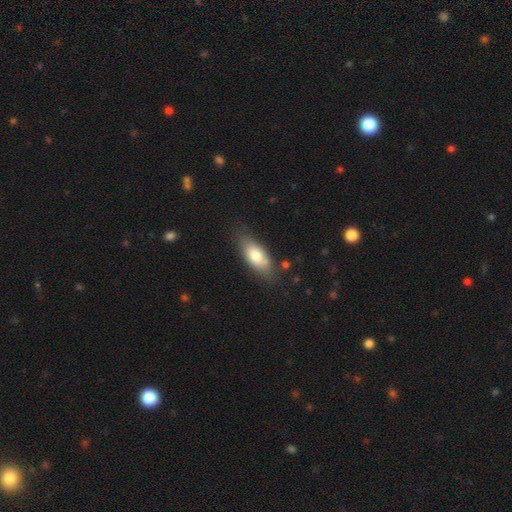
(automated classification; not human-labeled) A smooth galaxy with no disk features (77%) that is in between round and cigar-shaped (83%).

Vote fractions:
- Smooth or featured? smooth: 77% / featured or disk: 17% / star or artifact: 6%
- How rounded? in between: 83% / cigar-shaped: 14% / round: 3%
- Merging? none: 74% / minor disturbance: 18% / major disturbance: 5% / merger: 3%